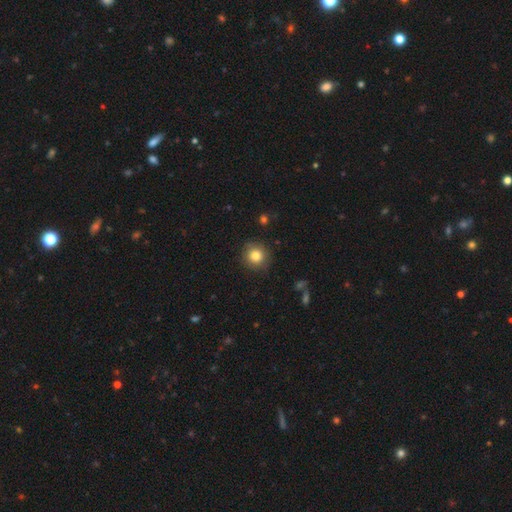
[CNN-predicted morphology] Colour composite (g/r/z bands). It shows a smooth galaxy with no disk features (81%) that is round (93%). Merging: none (87%).